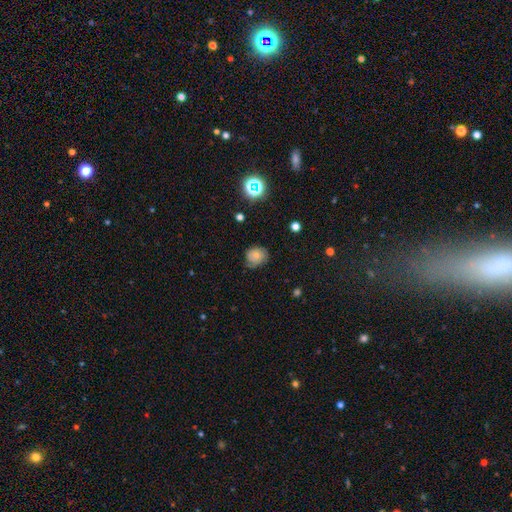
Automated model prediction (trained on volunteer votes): smooth_or_featured: smooth (p=0.53) [alt: featured or disk p=0.34]
how_rounded: round (p=0.68) [alt: in between p=0.31]
merging: none (p=0.61) [alt: minor disturbance p=0.29]